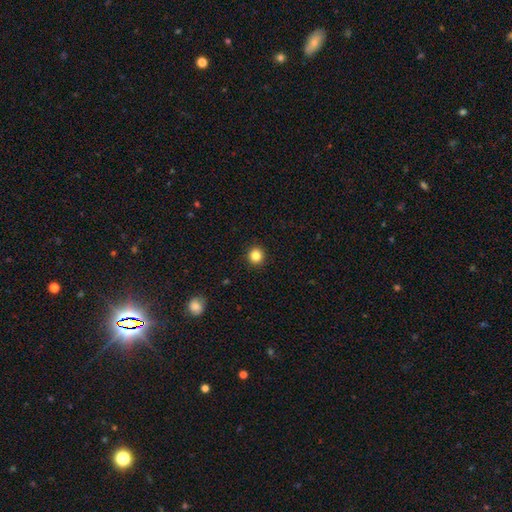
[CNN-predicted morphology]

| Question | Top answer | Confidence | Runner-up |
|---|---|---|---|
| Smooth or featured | smooth | 84% | star or artifact (12%) |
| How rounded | round | 94% | in between (5%) |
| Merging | none | 93% | minor disturbance (5%) |